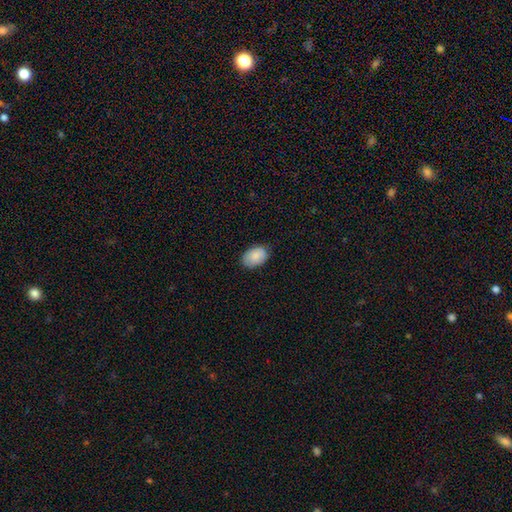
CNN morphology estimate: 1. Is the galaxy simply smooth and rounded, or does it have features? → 85% smooth, 8% featured or disk, 6% star or artifact.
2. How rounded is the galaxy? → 87% in between, 12% round, 1% cigar-shaped.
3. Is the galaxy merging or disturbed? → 80% none, 17% minor disturbance, 3% major disturbance, 1% merger.